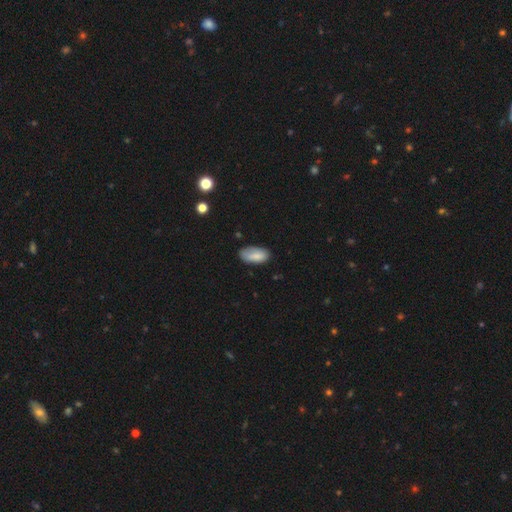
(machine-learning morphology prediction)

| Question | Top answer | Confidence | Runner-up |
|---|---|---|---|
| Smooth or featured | smooth | 83% | featured or disk (10%) |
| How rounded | in between | 92% | cigar-shaped (6%) |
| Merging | none | 65% | minor disturbance (27%) |